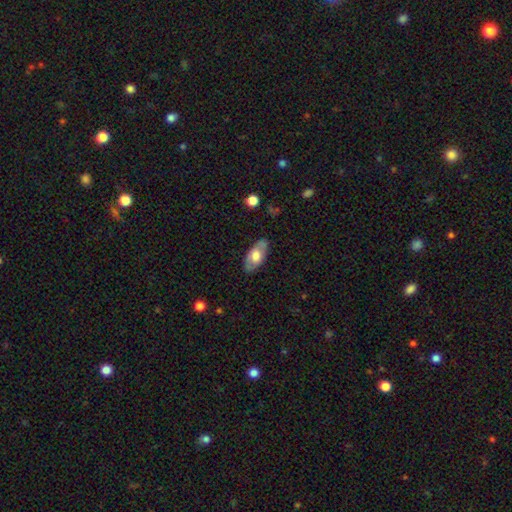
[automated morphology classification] Smooth or featured: smooth — 57% (featured or disk — 37%)
How rounded: in between — 91% (cigar-shaped — 6%)
Merging: none — 80% (minor disturbance — 15%)